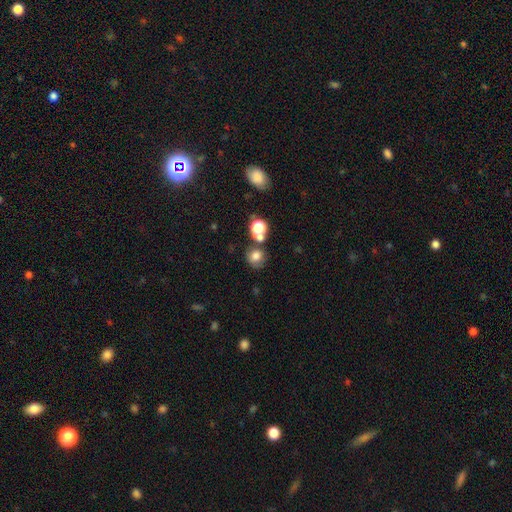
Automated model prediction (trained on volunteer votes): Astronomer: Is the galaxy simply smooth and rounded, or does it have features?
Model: smooth — 73%.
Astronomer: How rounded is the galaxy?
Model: round — 78%.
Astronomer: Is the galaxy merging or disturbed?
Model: none — 58%.